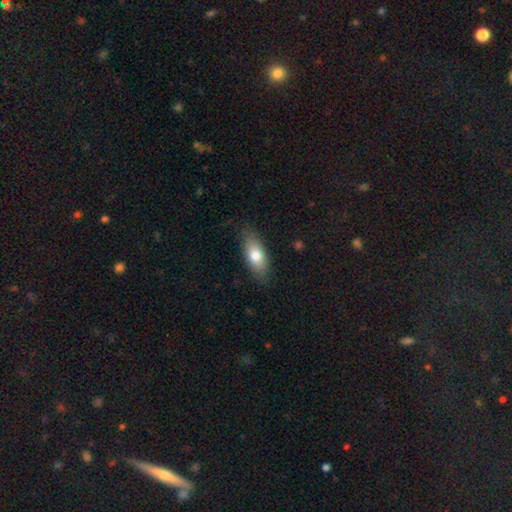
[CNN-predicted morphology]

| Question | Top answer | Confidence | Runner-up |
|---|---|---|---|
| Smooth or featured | smooth | 75% | featured or disk (19%) |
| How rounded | in between | 81% | cigar-shaped (16%) |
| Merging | none | 82% | minor disturbance (14%) |